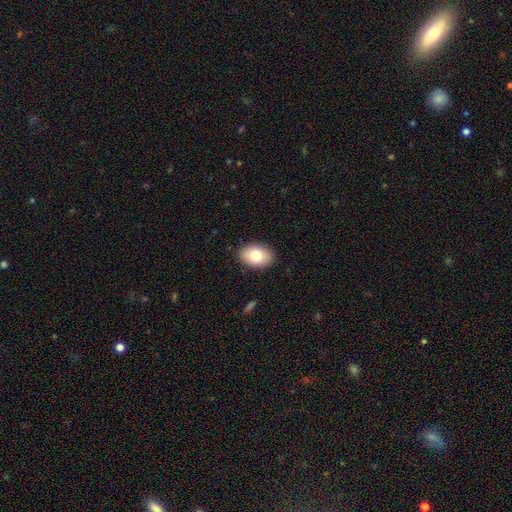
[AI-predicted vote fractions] Morphology: type=smooth (79%); roundness=in between (86%); merging=none (88%).